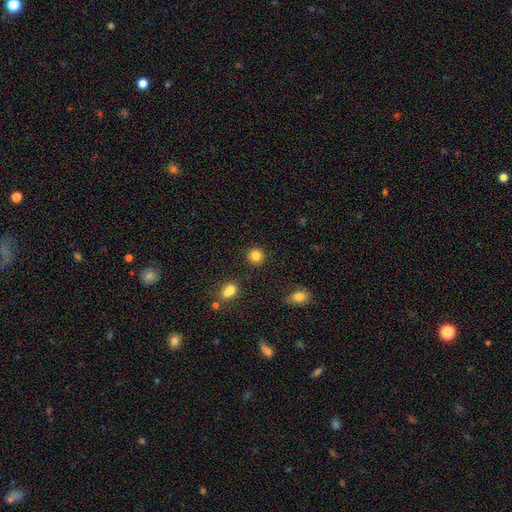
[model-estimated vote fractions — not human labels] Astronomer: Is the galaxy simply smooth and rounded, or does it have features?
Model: smooth — 83%.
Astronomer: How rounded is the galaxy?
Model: round — 93%.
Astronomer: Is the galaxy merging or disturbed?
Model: none — 88%.